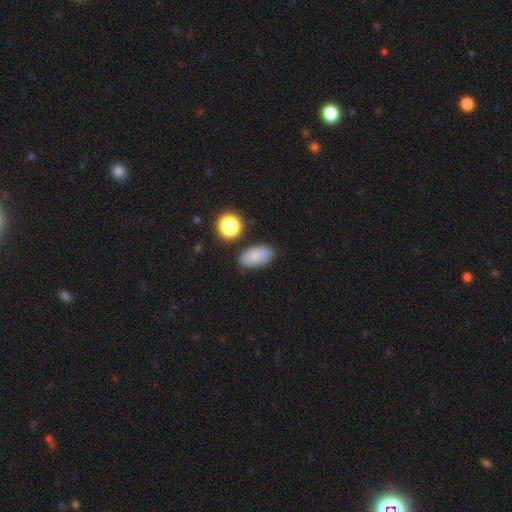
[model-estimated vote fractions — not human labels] Overall: smooth (80%). How rounded: in between (91%). Merging: none (78%).